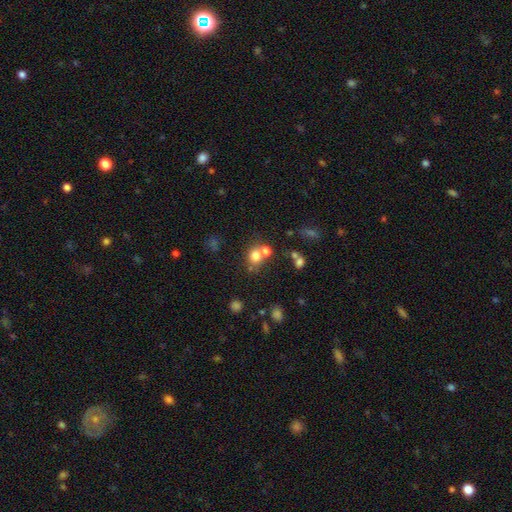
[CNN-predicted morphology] Smooth or featured? smooth (73%)
How rounded? round (70%)
Merging? none (49%)